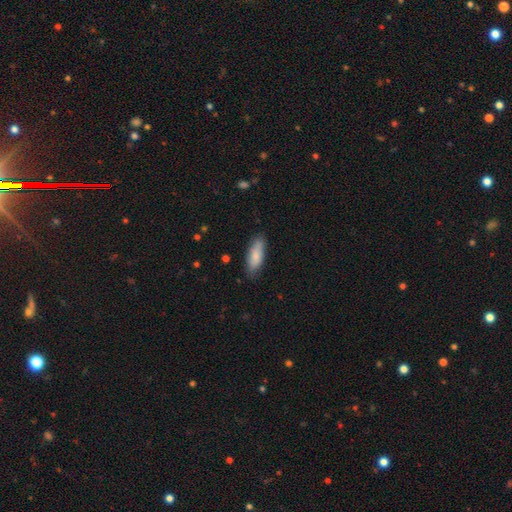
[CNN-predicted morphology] smooth 82%, featured or disk 13%, star or artifact 6%. Down the decision tree: how rounded — in between (68%); merging — none (81%).